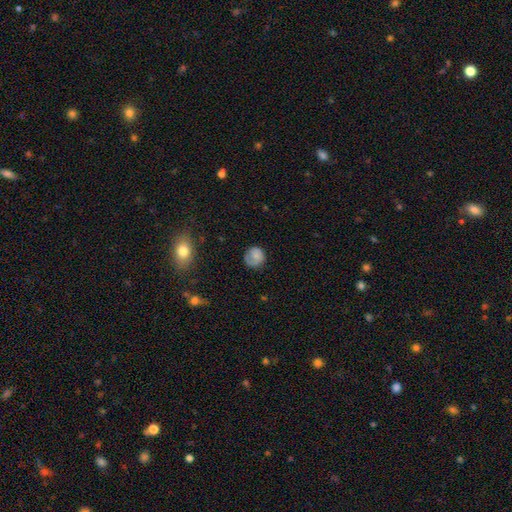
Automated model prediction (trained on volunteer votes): A smooth galaxy with no disk features (73%) that is round (83%). Merging: none (66%).